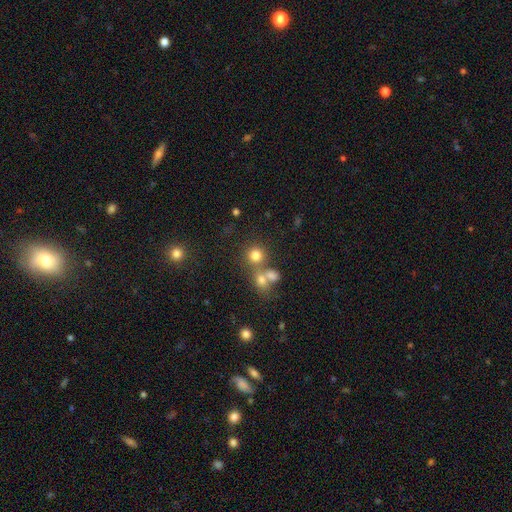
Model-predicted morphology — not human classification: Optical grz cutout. It shows a smooth galaxy with no disk features (75%) that is round (87%). Merging: none (58%).